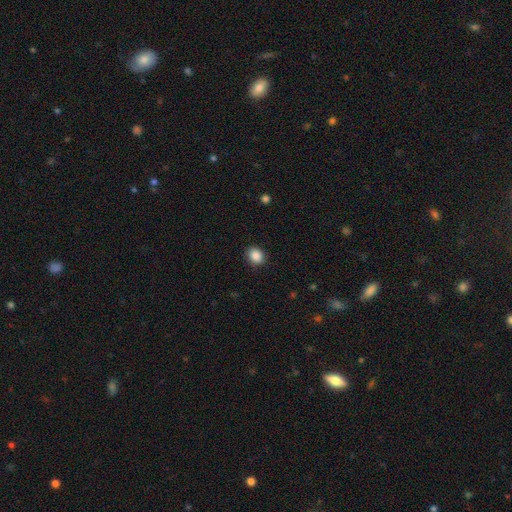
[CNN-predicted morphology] Smooth or featured?
  - smooth: 88% *
  - star or artifact: 9%
  - featured or disk: 3%
How rounded?
  - round: 58% *
  - in between: 41%
  - cigar-shaped: 1%
Merging?
  - none: 86% *
  - minor disturbance: 10%
  - major disturbance: 3%
  - merger: 1%